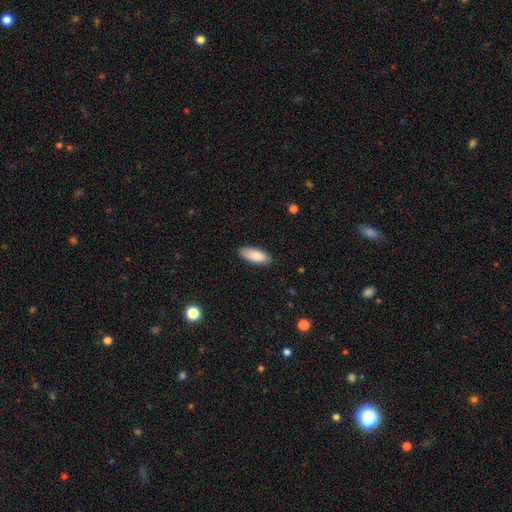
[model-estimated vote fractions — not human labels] smooth_or_featured: smooth (p=0.87) [alt: featured or disk p=0.08]
how_rounded: in between (p=0.80) [alt: cigar-shaped p=0.19]
merging: none (p=0.87) [alt: minor disturbance p=0.10]